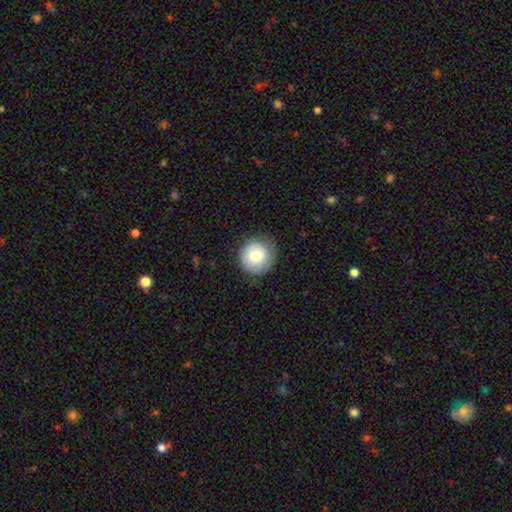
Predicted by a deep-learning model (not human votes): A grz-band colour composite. It shows a smooth galaxy with no disk features (77%) that is round (93%). Merging: none (80%).